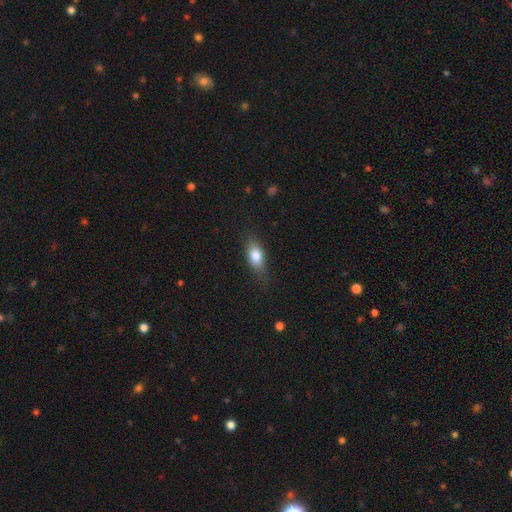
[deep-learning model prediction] Smooth or featured?
  - smooth: 79% *
  - featured or disk: 13%
  - star or artifact: 8%
How rounded?
  - in between: 79% *
  - cigar-shaped: 13%
  - round: 8%
Merging?
  - none: 75% *
  - minor disturbance: 19%
  - major disturbance: 5%
  - merger: 1%